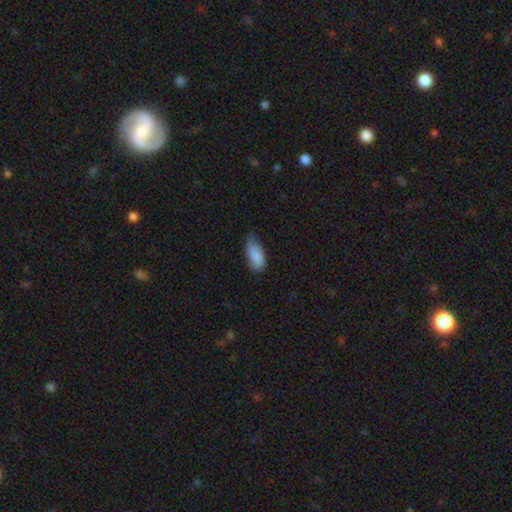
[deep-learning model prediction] Smooth or featured: smooth — 86% (featured or disk — 7%)
How rounded: in between — 89% (cigar-shaped — 9%)
Merging: none — 50% (minor disturbance — 40%)